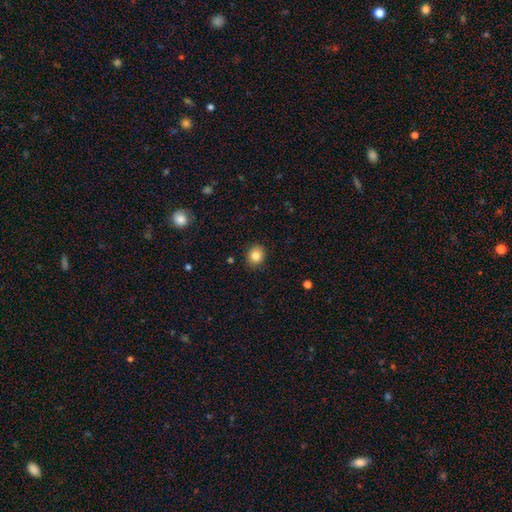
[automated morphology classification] smooth 84%, star or artifact 10%, featured or disk 6%. Down the decision tree: how rounded — round (76%); merging — none (90%).